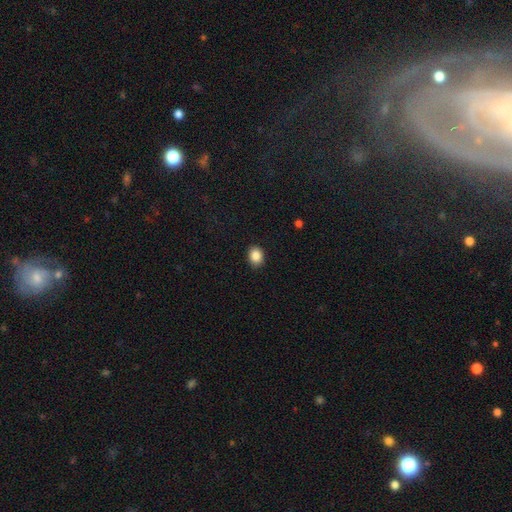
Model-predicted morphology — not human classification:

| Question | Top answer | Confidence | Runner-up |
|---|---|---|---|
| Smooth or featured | smooth | 87% | star or artifact (9%) |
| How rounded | in between | 52% | round (47%) |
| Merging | none | 90% | minor disturbance (8%) |